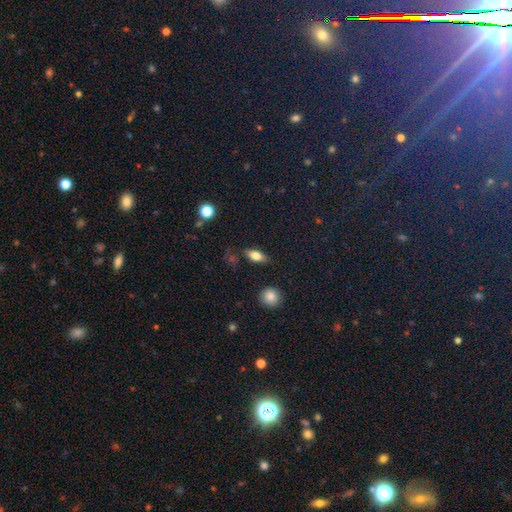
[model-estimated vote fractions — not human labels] Q: Smooth or featured?
A: smooth (75%); runner-up: featured or disk (16%)
Q: How rounded?
A: in between (83%); runner-up: cigar-shaped (12%)
Q: Merging?
A: none (82%); runner-up: minor disturbance (13%)